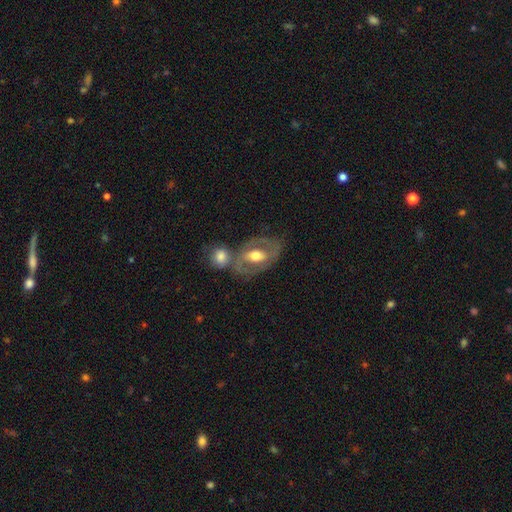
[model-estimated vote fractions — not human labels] Smooth or featured? Predicted: featured or disk (p=0.65). Edge-on disk? Predicted: no (p=0.93). Bar? Predicted: no (p=0.35). Spiral arms? Predicted: yes (p=0.55). Bulge size? Predicted: moderate (p=0.72). Merging? Predicted: none (p=0.51).